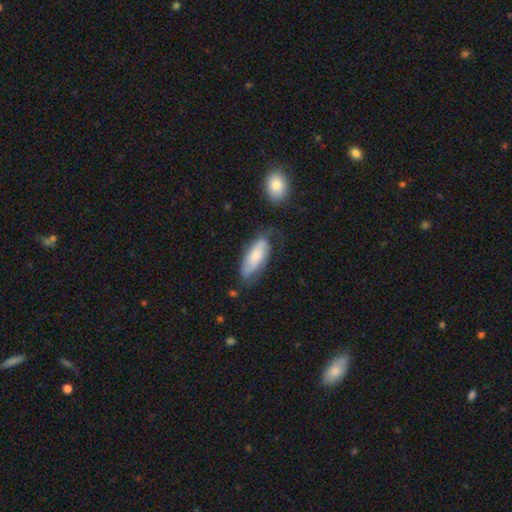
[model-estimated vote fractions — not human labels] smooth-or-featured: smooth: 62% | featured or disk: 32% | star or artifact: 6%
  how-rounded: in between: 76% | cigar-shaped: 22% | round: 2%
  merging: none: 50% | minor disturbance: 31% | major disturbance: 15% | merger: 4%